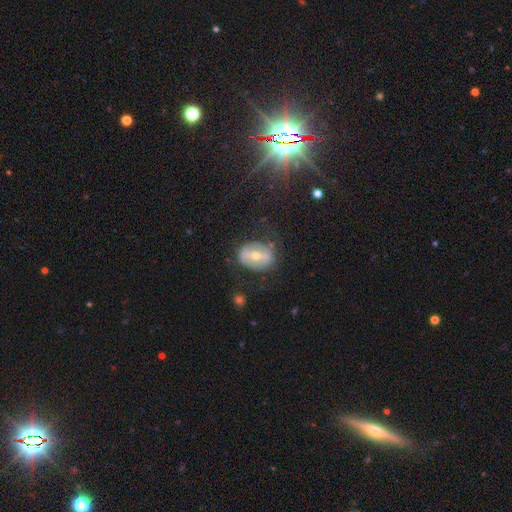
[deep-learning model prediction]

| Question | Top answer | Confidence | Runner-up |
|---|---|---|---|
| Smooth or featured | featured or disk | 62% | smooth (30%) |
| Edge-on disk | no | 91% | yes (9%) |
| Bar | strong | 58% | weak (27%) |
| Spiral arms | no | 64% | yes (36%) |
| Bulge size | moderate | 58% | small (37%) |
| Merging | none | 64% | minor disturbance (21%) |